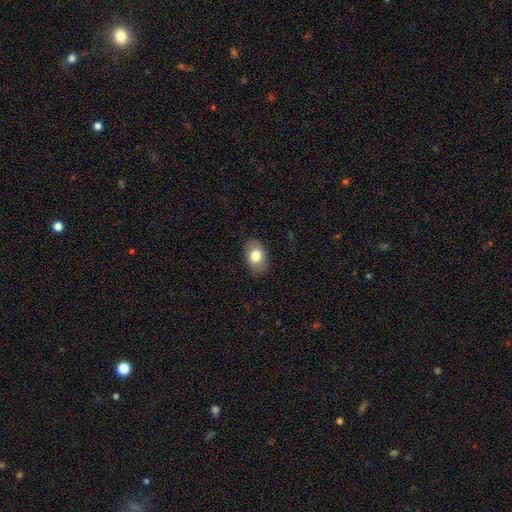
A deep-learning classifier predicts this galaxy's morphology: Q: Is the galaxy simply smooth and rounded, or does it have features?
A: smooth — 77%.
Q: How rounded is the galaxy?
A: in between — 84%.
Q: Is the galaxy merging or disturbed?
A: none — 86%.